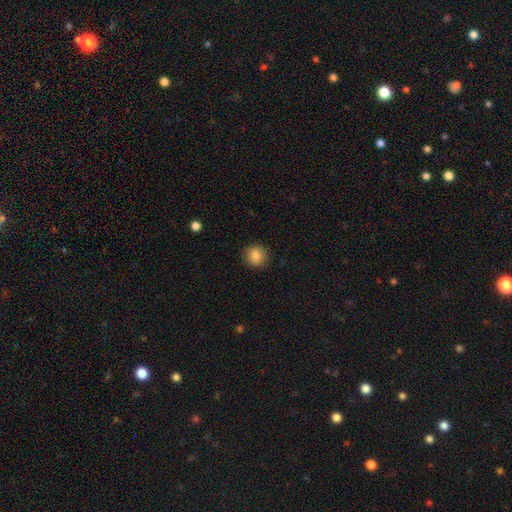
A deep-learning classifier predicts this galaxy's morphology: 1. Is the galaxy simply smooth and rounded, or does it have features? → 85% smooth, 9% star or artifact, 5% featured or disk.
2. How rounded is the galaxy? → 87% round, 12% in between, 1% cigar-shaped.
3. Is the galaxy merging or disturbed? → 89% none, 7% minor disturbance, 2% major disturbance, 1% merger.